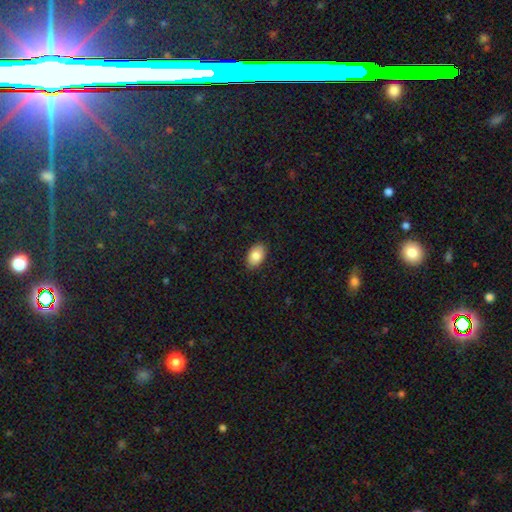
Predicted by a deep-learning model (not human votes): A smooth galaxy with no disk features (84%) that is in between round and cigar-shaped (90%).

Vote fractions:
- Smooth or featured? smooth: 84% / featured or disk: 9% / star or artifact: 7%
- How rounded? in between: 90% / round: 9% / cigar-shaped: 1%
- Merging? none: 89% / minor disturbance: 8% / major disturbance: 2% / merger: 1%